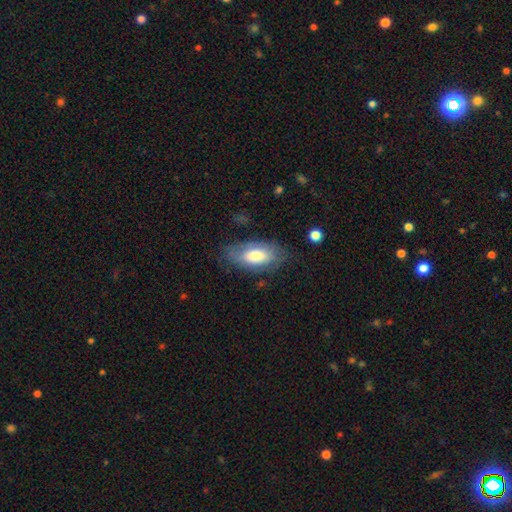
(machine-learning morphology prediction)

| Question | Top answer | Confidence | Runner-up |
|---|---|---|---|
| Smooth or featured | smooth | 71% | featured or disk (22%) |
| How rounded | in between | 90% | cigar-shaped (7%) |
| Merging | none | 69% | minor disturbance (21%) |